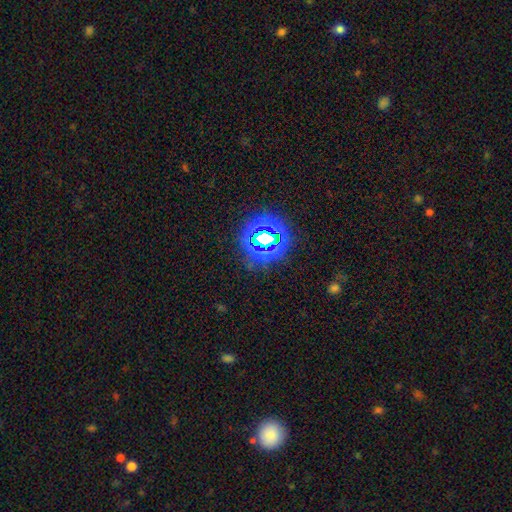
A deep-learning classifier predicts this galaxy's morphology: Smooth or featured? star or artifact (69%)